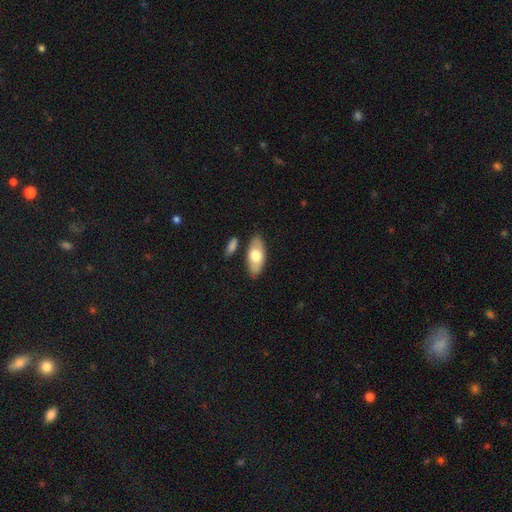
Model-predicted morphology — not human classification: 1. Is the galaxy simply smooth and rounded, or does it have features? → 67% smooth, 27% featured or disk, 5% star or artifact.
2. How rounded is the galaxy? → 89% in between, 9% cigar-shaped, 3% round.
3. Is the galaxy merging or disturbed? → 81% none, 11% minor disturbance, 5% merger, 3% major disturbance.